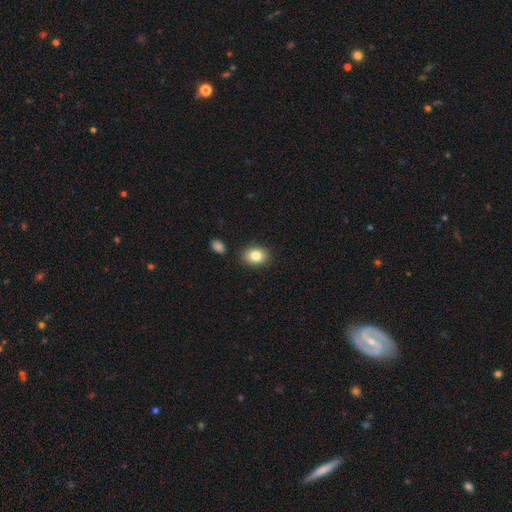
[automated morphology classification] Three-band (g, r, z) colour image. It shows a smooth galaxy with no disk features (84%) that is in between round and cigar-shaped (69%). Merging: none (86%).